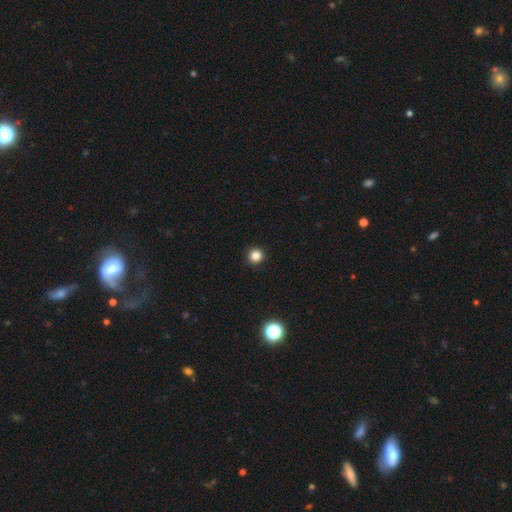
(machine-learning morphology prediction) type=smooth (83%); roundness=round (95%); merging=none (93%).